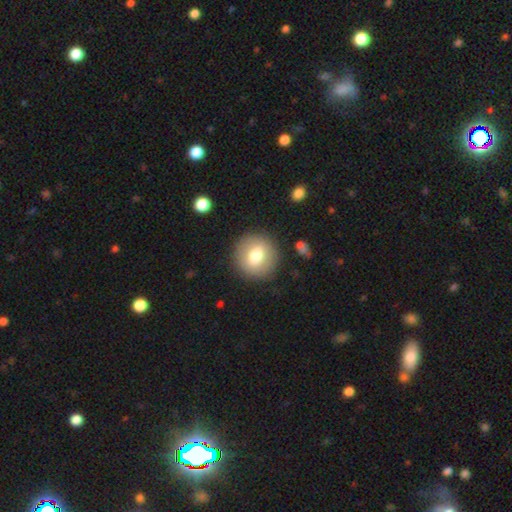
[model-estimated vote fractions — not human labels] Smooth or featured? smooth (72%)
How rounded? round (88%)
Merging? none (87%)